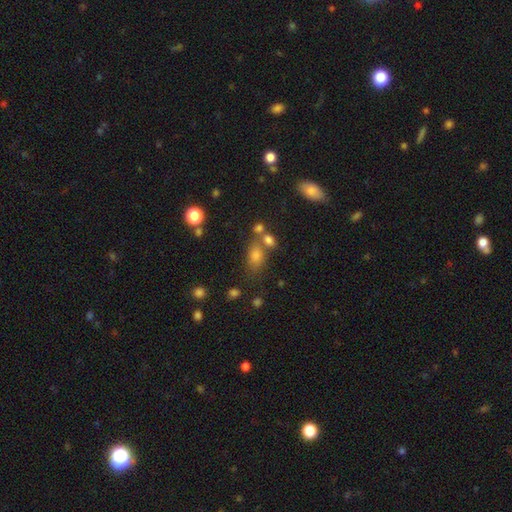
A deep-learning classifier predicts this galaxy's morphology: Overall: smooth (76%). How rounded: in between (80%). Merging: none (52%; merger 25%).